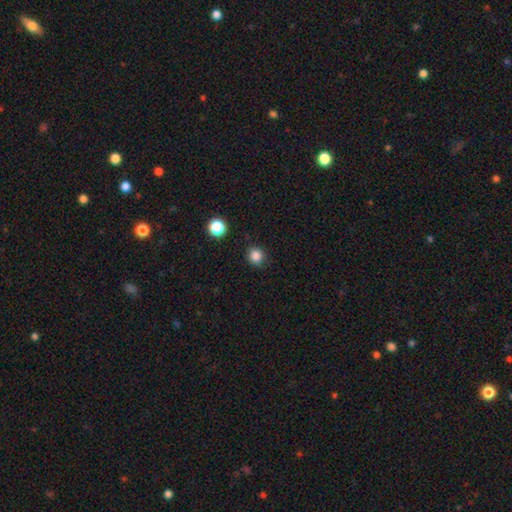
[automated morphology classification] smooth_or_featured: smooth (p=0.84) [alt: star or artifact p=0.12]
how_rounded: round (p=0.90) [alt: in between p=0.09]
merging: none (p=0.87) [alt: minor disturbance p=0.09]